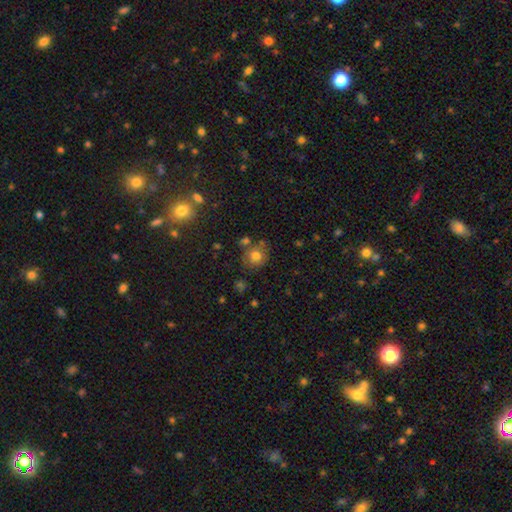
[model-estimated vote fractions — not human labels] This is likely a smooth galaxy (75%). How rounded: clearly round (83%). Merging: likely none (71%).